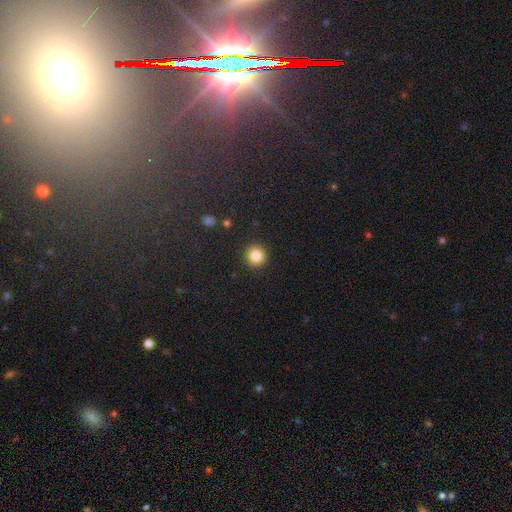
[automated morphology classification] Overall: smooth (85%). How rounded: round (94%). Merging: none (92%).